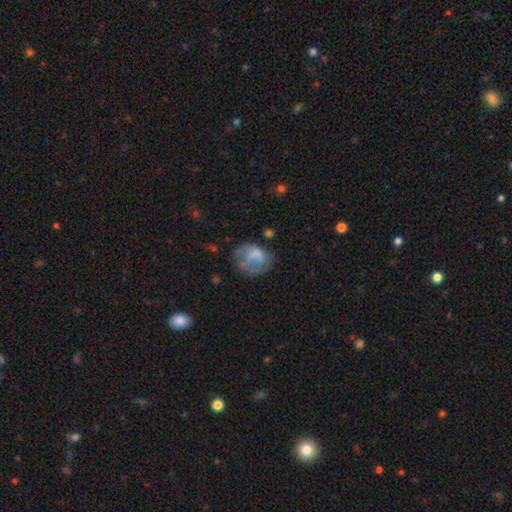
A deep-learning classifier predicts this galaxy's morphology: Smooth or featured? Predicted: smooth (p=0.57). How rounded? Predicted: round (p=0.55). Merging? Predicted: none (p=0.40).